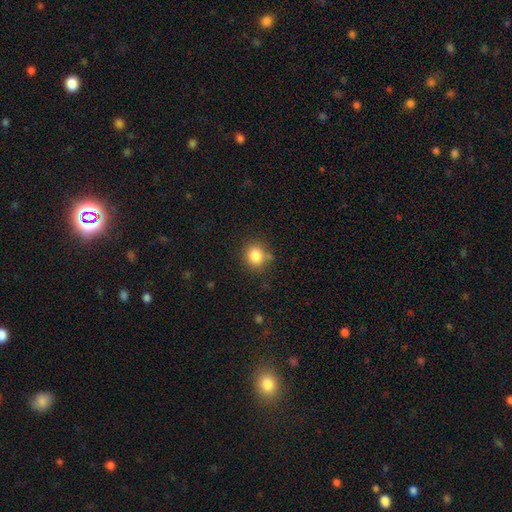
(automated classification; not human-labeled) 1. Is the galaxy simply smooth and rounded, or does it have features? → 85% smooth, 10% star or artifact, 5% featured or disk.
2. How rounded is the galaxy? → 78% round, 21% in between, 1% cigar-shaped.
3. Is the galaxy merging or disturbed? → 78% none, 14% minor disturbance, 4% merger, 4% major disturbance.